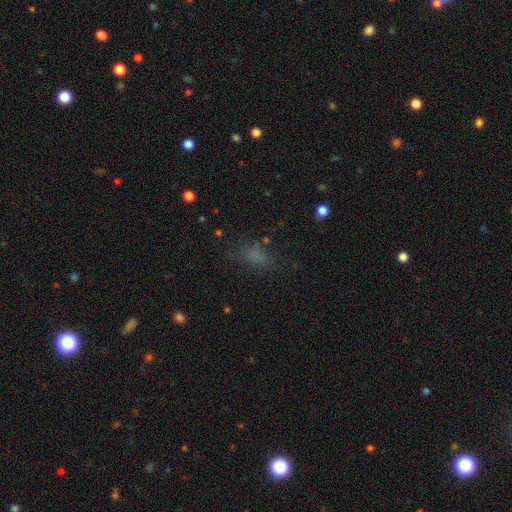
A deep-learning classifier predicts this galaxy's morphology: smooth-or-featured: smooth: 69% | star or artifact: 20% | featured or disk: 10%
  how-rounded: in between: 78% | round: 14% | cigar-shaped: 8%
  merging: none: 65% | minor disturbance: 19% | major disturbance: 13% | merger: 3%